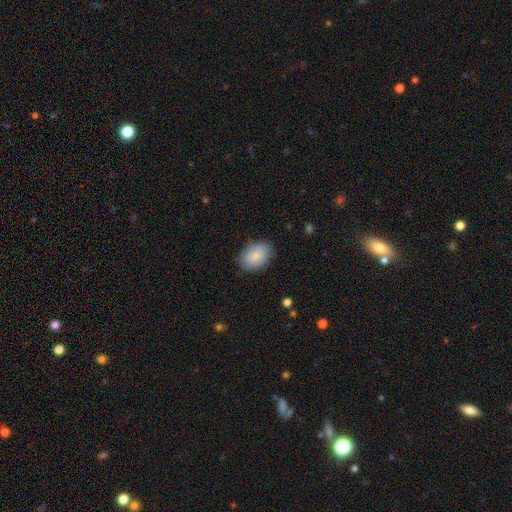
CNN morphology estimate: Smooth or featured? Predicted: smooth (p=0.82). How rounded? Predicted: in between (p=0.78). Merging? Predicted: none (p=0.80).